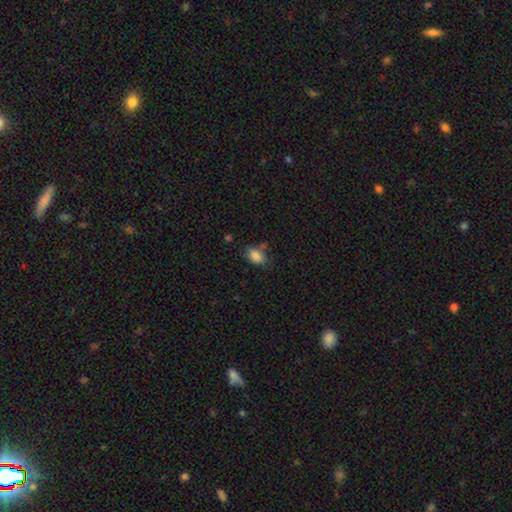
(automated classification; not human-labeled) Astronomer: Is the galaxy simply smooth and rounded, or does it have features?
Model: smooth — 85%.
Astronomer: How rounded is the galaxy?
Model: in between — 82%.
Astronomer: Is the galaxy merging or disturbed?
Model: none — 63%.